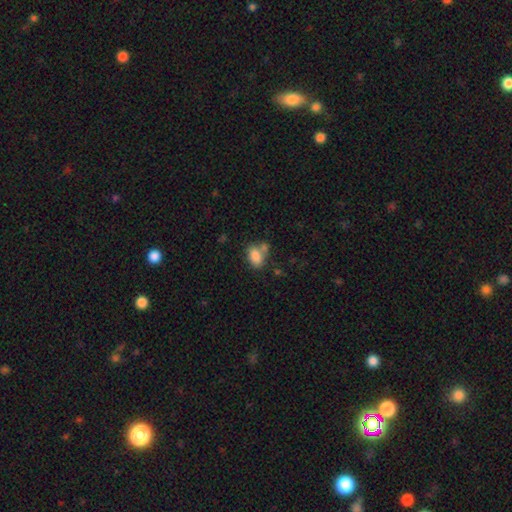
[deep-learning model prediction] smooth-or-featured: smooth: 83% | star or artifact: 9% | featured or disk: 8%
  how-rounded: in between: 83% | round: 15% | cigar-shaped: 1%
  merging: none: 50% | merger: 28% | minor disturbance: 16% | major disturbance: 6%